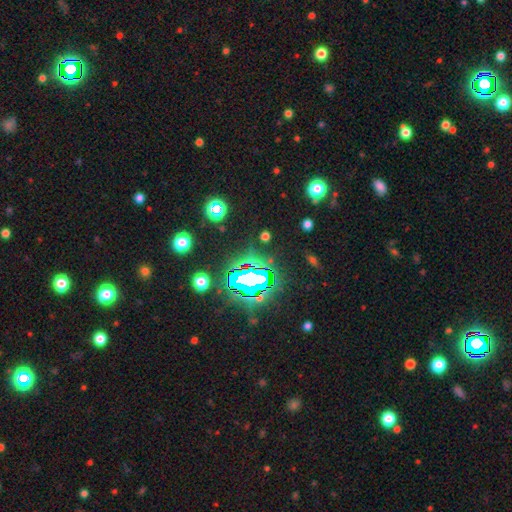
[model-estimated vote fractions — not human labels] This appears to be a star or artifact, not a galaxy (82%).